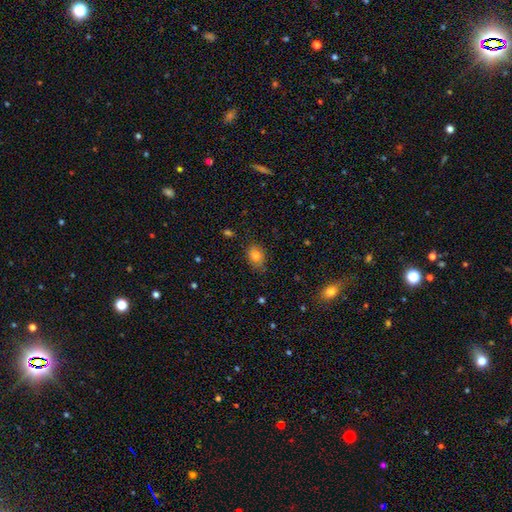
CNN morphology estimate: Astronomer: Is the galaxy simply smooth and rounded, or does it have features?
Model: smooth — 80%.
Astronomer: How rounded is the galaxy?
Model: in between — 70%.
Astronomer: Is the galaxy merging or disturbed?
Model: none — 79%.